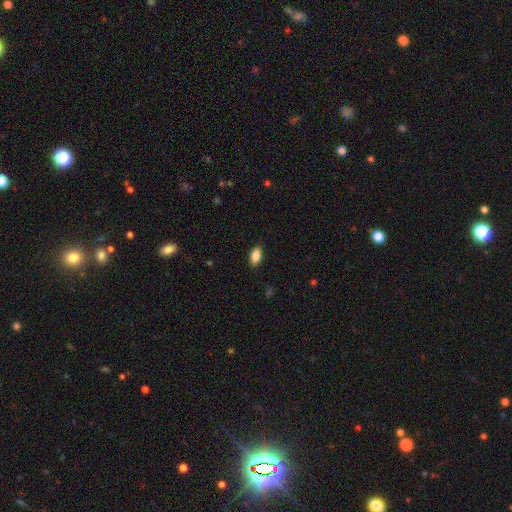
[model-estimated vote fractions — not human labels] smooth_or_featured: smooth (p=0.84) [alt: featured or disk p=0.09]
how_rounded: in between (p=0.89) [alt: cigar-shaped p=0.06]
merging: none (p=0.86) [alt: minor disturbance p=0.11]